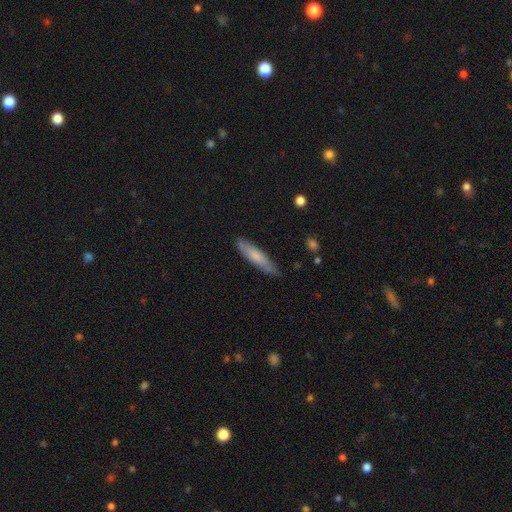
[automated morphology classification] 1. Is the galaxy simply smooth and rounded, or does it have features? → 68% smooth, 26% featured or disk, 6% star or artifact.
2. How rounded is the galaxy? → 80% cigar-shaped, 19% in between, 1% round.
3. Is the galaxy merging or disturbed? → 76% none, 19% minor disturbance, 3% major disturbance, 2% merger.